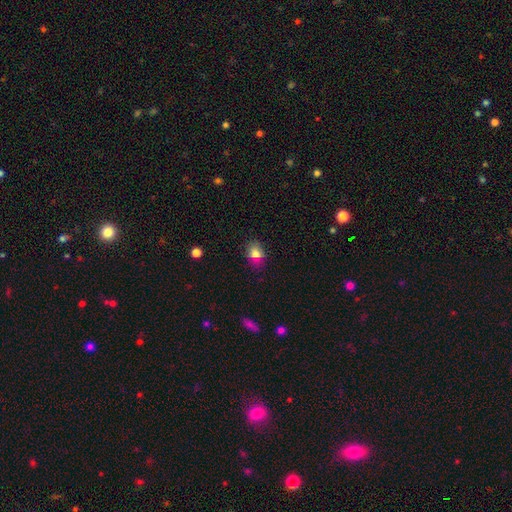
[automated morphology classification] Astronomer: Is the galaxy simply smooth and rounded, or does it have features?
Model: smooth — 77%.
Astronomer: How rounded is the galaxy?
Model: in between — 72%.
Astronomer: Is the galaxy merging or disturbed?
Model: none — 78%.